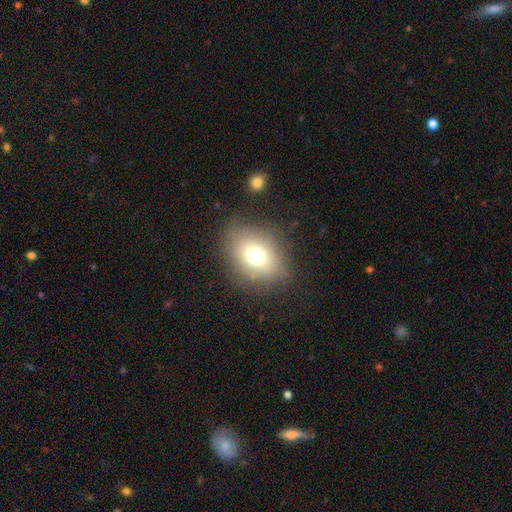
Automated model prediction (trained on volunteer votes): Q: Smooth or featured?
A: smooth (70%); runner-up: star or artifact (16%)
Q: How rounded?
A: round (50%); runner-up: in between (48%)
Q: Merging?
A: none (78%); runner-up: minor disturbance (13%)